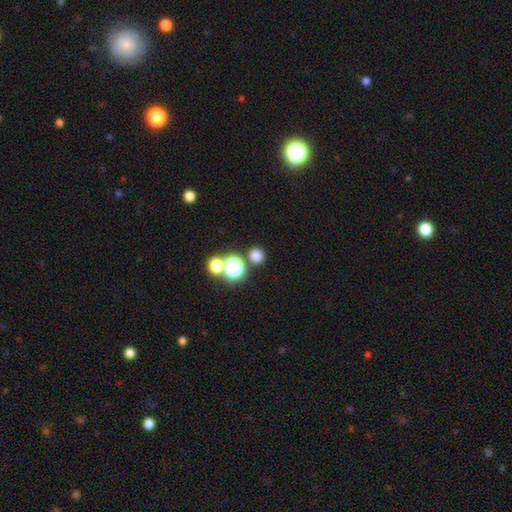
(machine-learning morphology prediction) Q: Smooth or featured?
A: smooth (75%); runner-up: star or artifact (20%)
Q: How rounded?
A: round (87%); runner-up: in between (12%)
Q: Merging?
A: none (79%); runner-up: merger (10%)